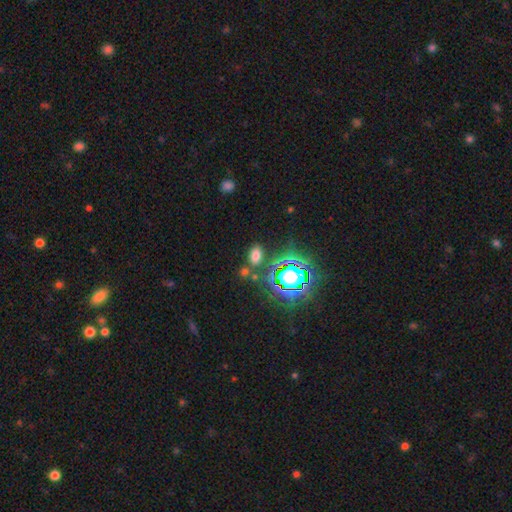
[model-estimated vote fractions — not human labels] Smooth or featured?
  - smooth: 64% *
  - star or artifact: 28%
  - featured or disk: 7%
How rounded?
  - in between: 86% *
  - round: 11%
  - cigar-shaped: 2%
Merging?
  - none: 78% *
  - minor disturbance: 11%
  - merger: 8%
  - major disturbance: 4%